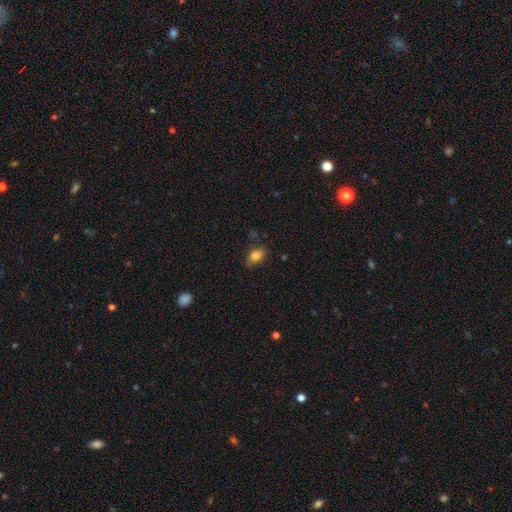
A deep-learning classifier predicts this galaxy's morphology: type=smooth (83%); roundness=in between (85%); merging=none (77%).